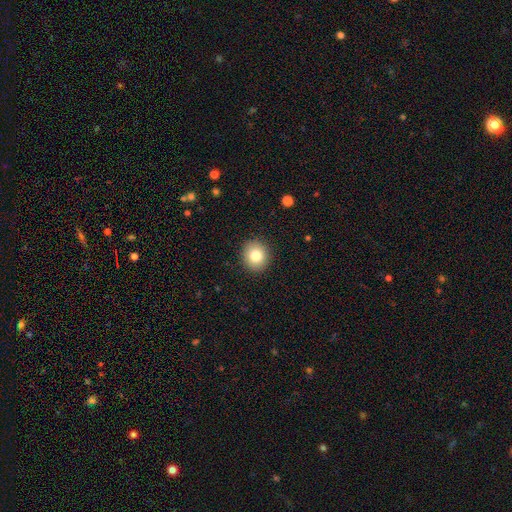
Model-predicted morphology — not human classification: A smooth galaxy with no disk features (81%) that is round (81%).

Vote fractions:
- Smooth or featured? smooth: 81% / star or artifact: 10% / featured or disk: 9%
- How rounded? round: 81% / in between: 18% / cigar-shaped: 1%
- Merging? none: 91% / minor disturbance: 6% / major disturbance: 2% / merger: 1%